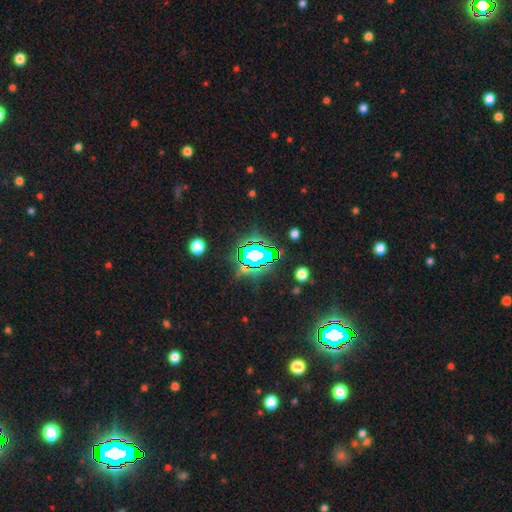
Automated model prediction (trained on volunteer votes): Smooth or featured? Predicted: star or artifact (p=0.71).